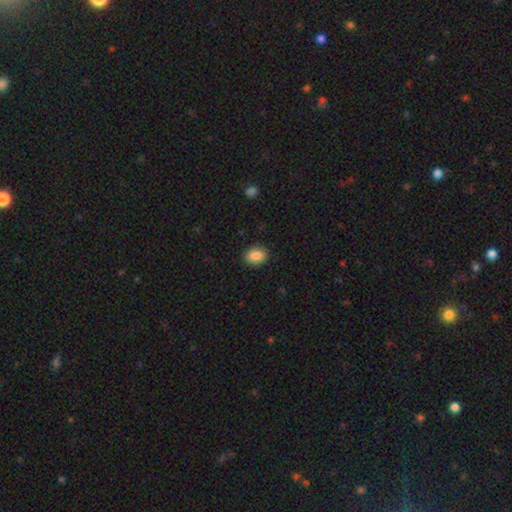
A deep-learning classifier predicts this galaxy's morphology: A smooth galaxy with no disk features (87%) that is in between round and cigar-shaped (62%).

Vote fractions:
- Smooth or featured? smooth: 87% / star or artifact: 8% / featured or disk: 5%
- How rounded? in between: 62% / round: 37% / cigar-shaped: 1%
- Merging? none: 88% / minor disturbance: 9% / major disturbance: 2% / merger: 1%